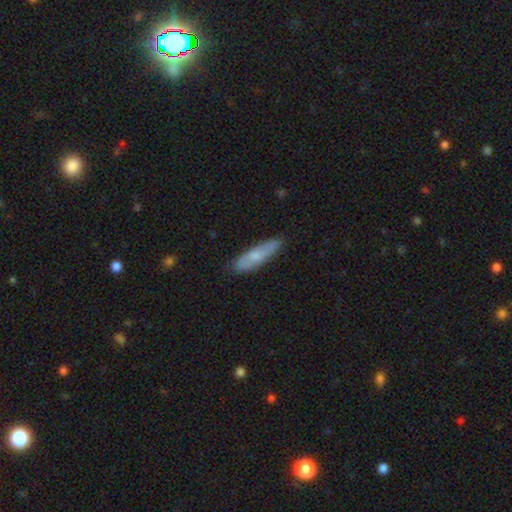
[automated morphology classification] Overall: smooth (65%; featured or disk 30%). How rounded: cigar-shaped (70%). Merging: none (83%).